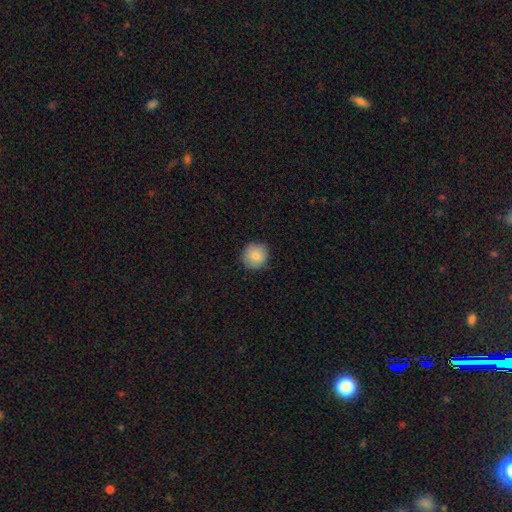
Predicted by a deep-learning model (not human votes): The model was most divided on "smooth or featured": smooth: 84%, star or artifact: 8%, featured or disk: 8%. More confident: how rounded — round (94%); merging — none (88%).